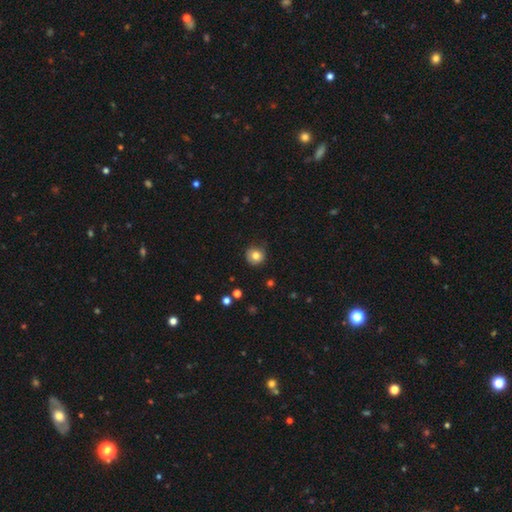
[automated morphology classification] smooth 80%, star or artifact 10%, featured or disk 10%. Down the decision tree: how rounded — round (91%); merging — none (81%).